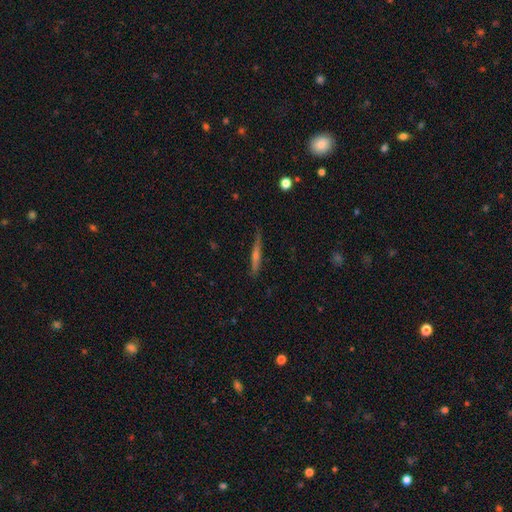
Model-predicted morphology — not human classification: The model was most divided on "smooth or featured": featured or disk: 65%, smooth: 27%, star or artifact: 8%. More confident: edge-on disk — yes (97%); merging — none (86%); edge-on bulge — rounded (69%).